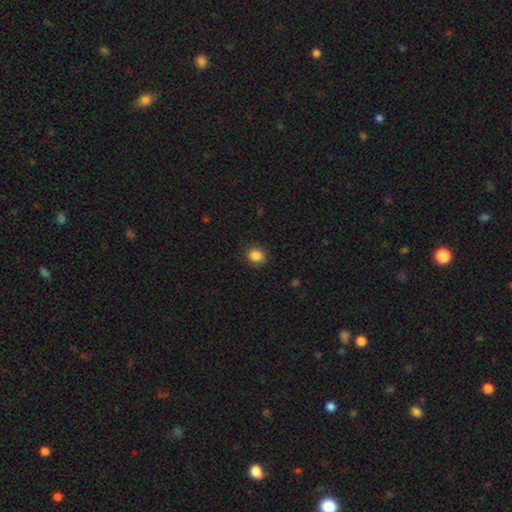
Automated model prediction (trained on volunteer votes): smooth-or-featured: smooth: 86% | star or artifact: 10% | featured or disk: 4%
  how-rounded: round: 75% | in between: 24% | cigar-shaped: 1%
  merging: none: 87% | minor disturbance: 9% | major disturbance: 3% | merger: 1%